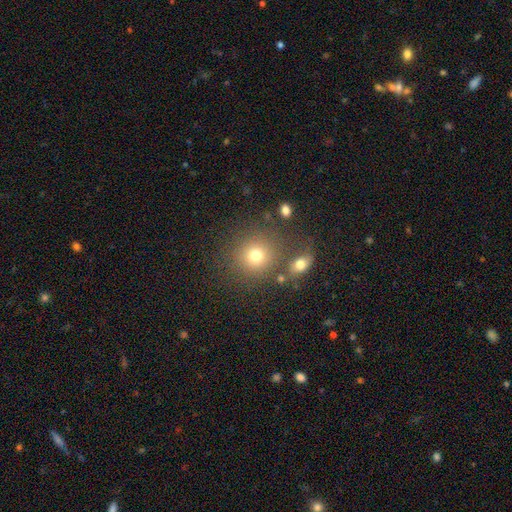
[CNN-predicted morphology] Smooth or featured? Predicted: smooth (p=0.76). How rounded? Predicted: round (p=0.87). Merging? Predicted: none (p=0.77).